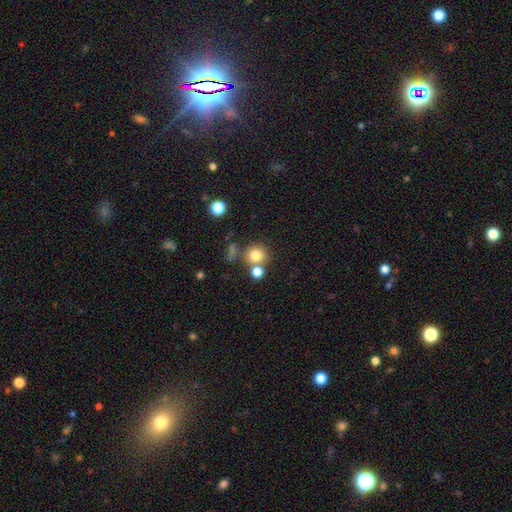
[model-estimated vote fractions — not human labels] Overall: smooth (78%). How rounded: round (89%). Merging: none (65%).